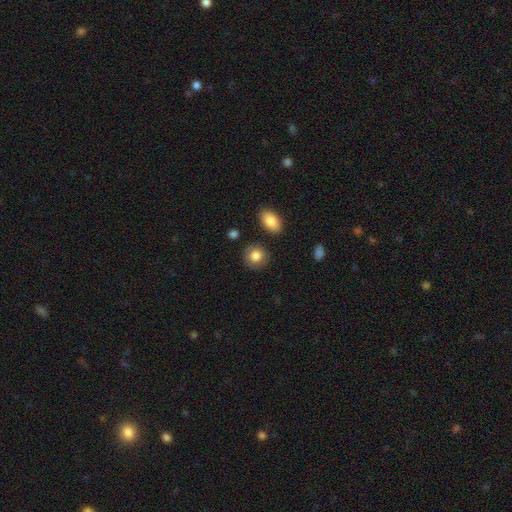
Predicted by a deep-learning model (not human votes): smooth 84%, featured or disk 9%, star or artifact 8%. Down the decision tree: how rounded — round (81%); merging — none (83%).